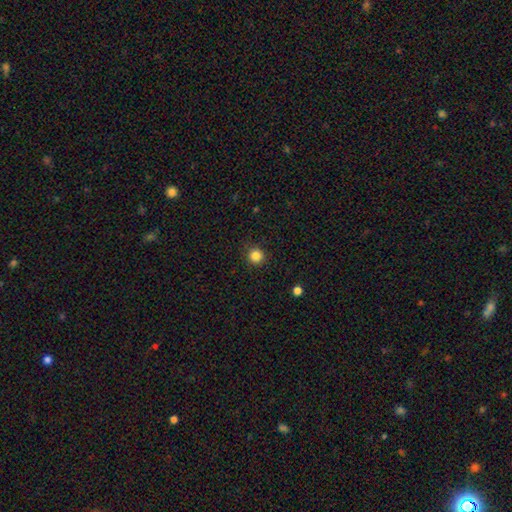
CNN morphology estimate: Smooth or featured? smooth (84%)
How rounded? round (95%)
Merging? none (90%)